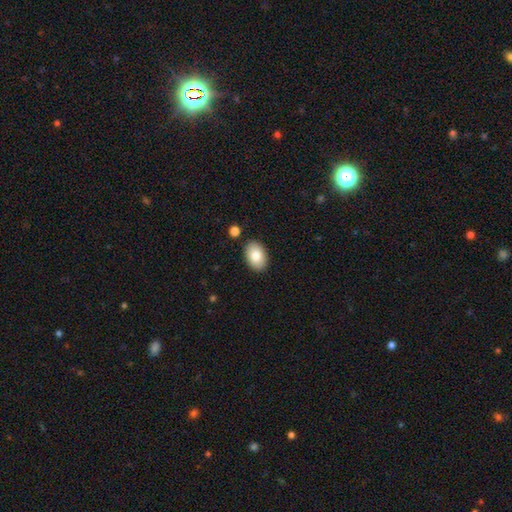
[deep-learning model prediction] Smooth or featured? Predicted: smooth (p=0.83). How rounded? Predicted: in between (p=0.90). Merging? Predicted: none (p=0.88).